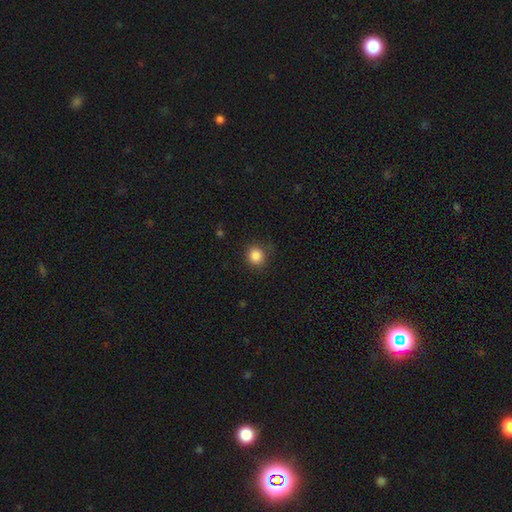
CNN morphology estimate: Smooth or featured? Predicted: smooth (p=0.85). How rounded? Predicted: round (p=0.88). Merging? Predicted: none (p=0.82).